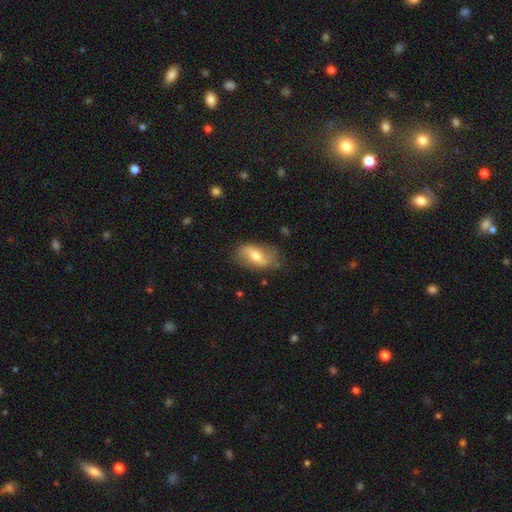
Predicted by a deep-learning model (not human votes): Smooth or featured?
  - featured or disk: 52% *
  - smooth: 41%
  - star or artifact: 7%
Edge-on disk?
  - no: 88% *
  - yes: 12%
Merging?
  - none: 74% *
  - minor disturbance: 19%
  - major disturbance: 6%
  - merger: 2%